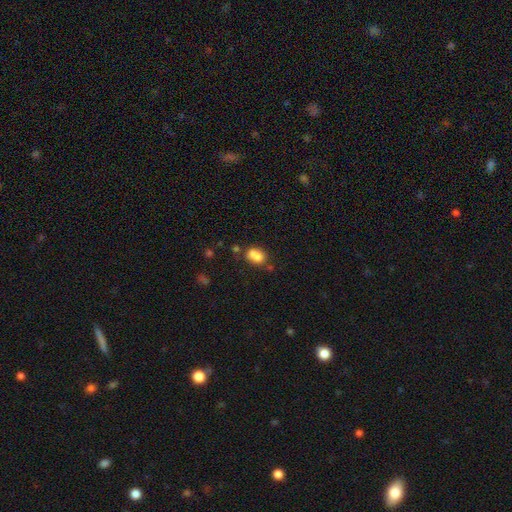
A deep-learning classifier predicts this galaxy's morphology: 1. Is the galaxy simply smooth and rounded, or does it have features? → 76% smooth, 14% featured or disk, 10% star or artifact.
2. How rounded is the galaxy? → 67% in between, 31% round, 2% cigar-shaped.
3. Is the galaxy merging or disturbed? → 41% merger, 39% none, 15% minor disturbance, 6% major disturbance.